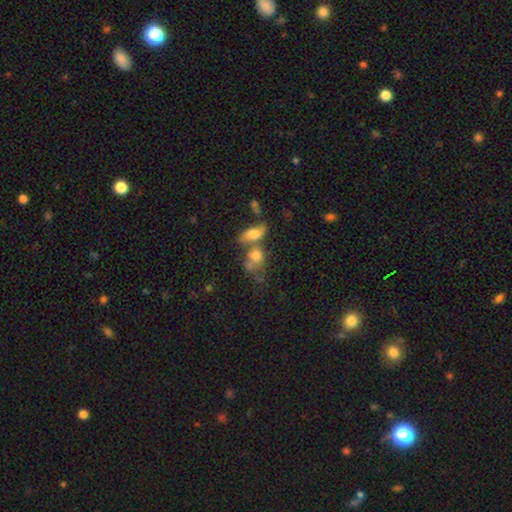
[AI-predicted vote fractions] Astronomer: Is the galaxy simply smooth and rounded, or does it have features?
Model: smooth — 68%.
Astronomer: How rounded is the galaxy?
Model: in between — 70%.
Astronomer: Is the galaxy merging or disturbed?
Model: merger — 60%.